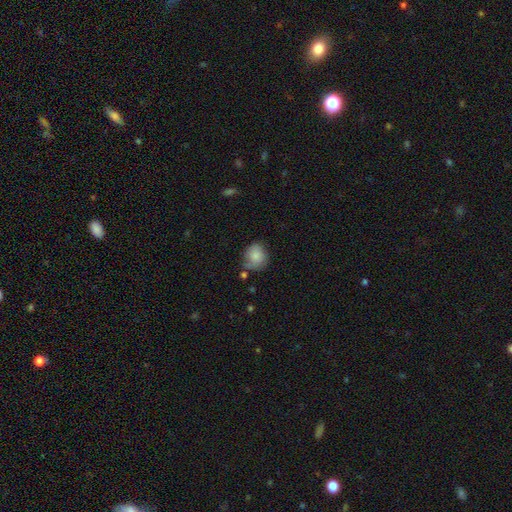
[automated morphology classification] type=smooth (79%); roundness=round (73%); merging=none (59%).